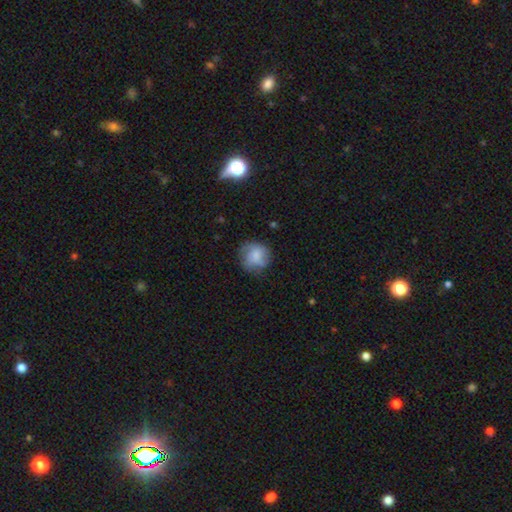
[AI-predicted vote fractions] The model was most divided on "smooth or featured": smooth: 67%, featured or disk: 24%, star or artifact: 8%. More confident: how rounded — round (86%); merging — none (69%).